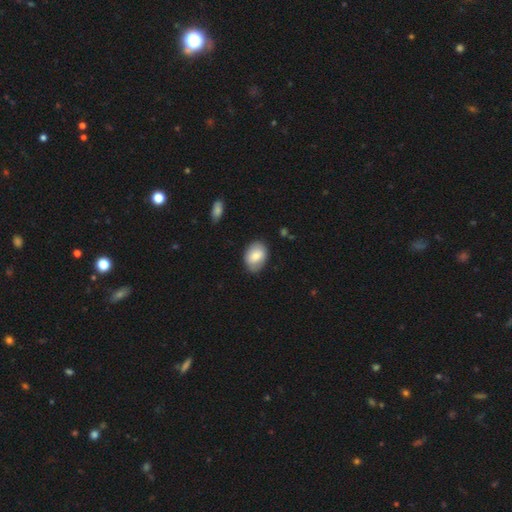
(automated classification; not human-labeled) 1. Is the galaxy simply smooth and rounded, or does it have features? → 75% smooth, 19% featured or disk, 7% star or artifact.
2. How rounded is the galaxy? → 75% in between, 24% round, 1% cigar-shaped.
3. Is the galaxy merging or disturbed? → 80% none, 15% minor disturbance, 3% major disturbance, 1% merger.